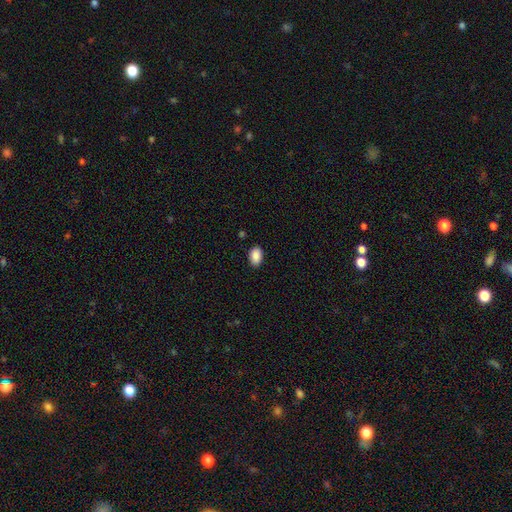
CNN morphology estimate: Smooth or featured? smooth (90%)
How rounded? in between (89%)
Merging? none (87%)